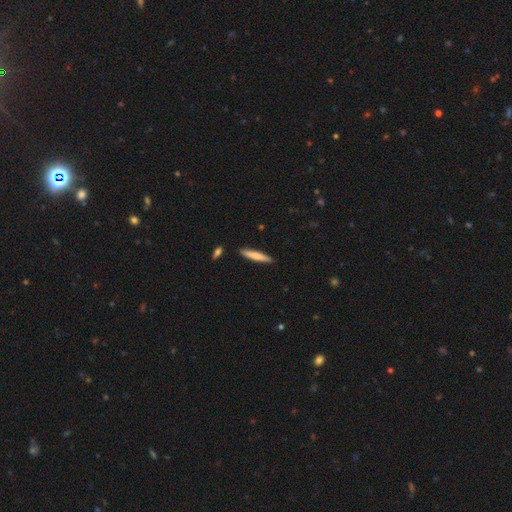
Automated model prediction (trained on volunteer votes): Overall: smooth (70%). How rounded: cigar-shaped (91%). Merging: none (89%).